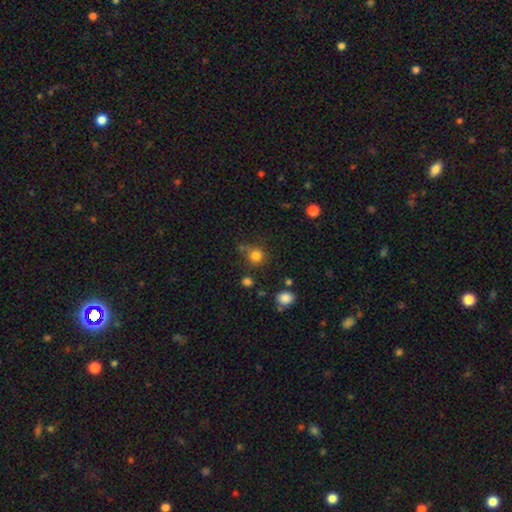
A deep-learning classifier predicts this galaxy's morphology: A smooth galaxy with no disk features (79%) that is round (88%). Merging: none (67%).